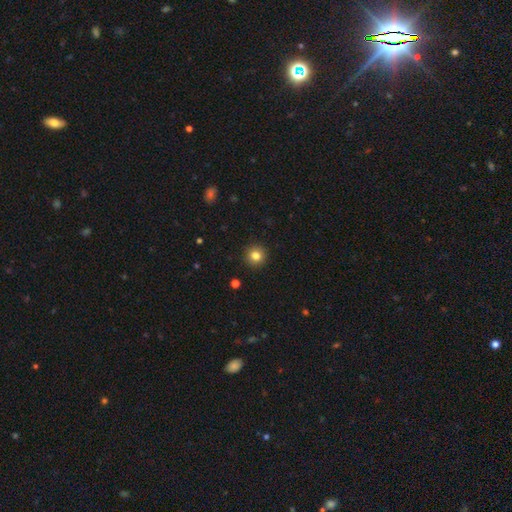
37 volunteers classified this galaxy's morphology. A smooth galaxy with no disk features (97%) that is round (92%).

Vote fractions:
- Smooth or featured? smooth: 97% / featured or disk: 3% / star or artifact: 0%
- How rounded? round: 92% / in between: 8% / cigar-shaped: 0%
- Merging? none: 95% / minor disturbance: 3% / major disturbance: 3% / merger: 0%